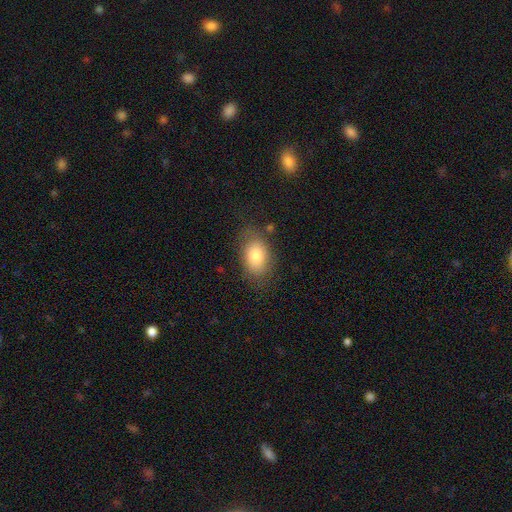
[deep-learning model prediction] Smooth or featured? Predicted: smooth (p=0.83). How rounded? Predicted: in between (p=0.88). Merging? Predicted: none (p=0.74).